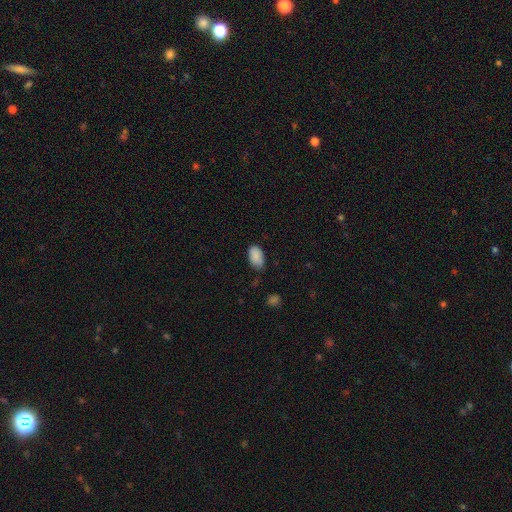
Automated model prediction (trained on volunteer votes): Smooth or featured?
  - smooth: 89% *
  - star or artifact: 8%
  - featured or disk: 4%
How rounded?
  - in between: 94% *
  - round: 5%
  - cigar-shaped: 1%
Merging?
  - none: 70% *
  - minor disturbance: 24%
  - major disturbance: 4%
  - merger: 2%